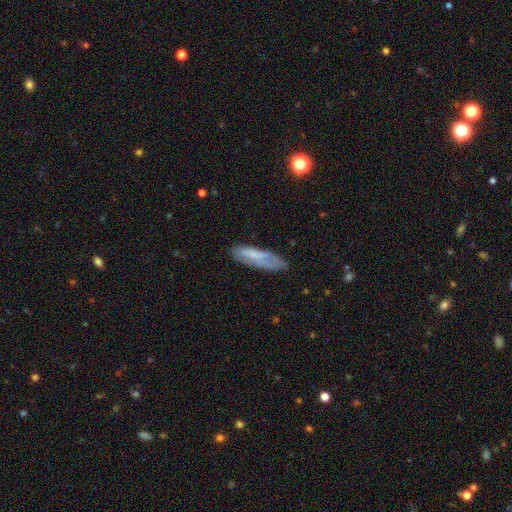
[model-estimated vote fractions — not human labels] The model was most divided on "how rounded": cigar-shaped: 61%, in between: 37%, round: 2%. More confident: merging — none (62%); smooth or featured — smooth (59%).